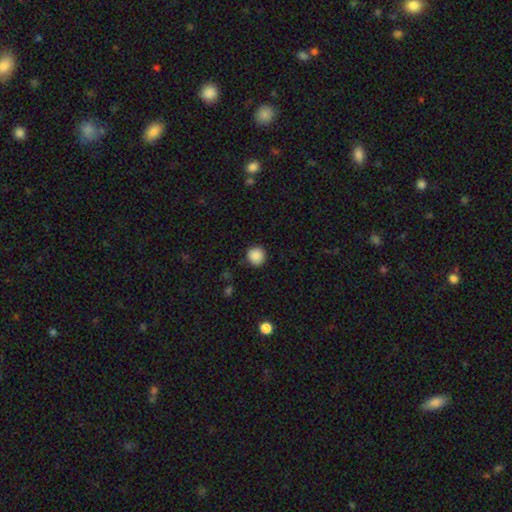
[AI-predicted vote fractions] Q: Smooth or featured?
A: smooth (88%); runner-up: star or artifact (9%)
Q: How rounded?
A: round (93%); runner-up: in between (6%)
Q: Merging?
A: none (89%); runner-up: minor disturbance (7%)